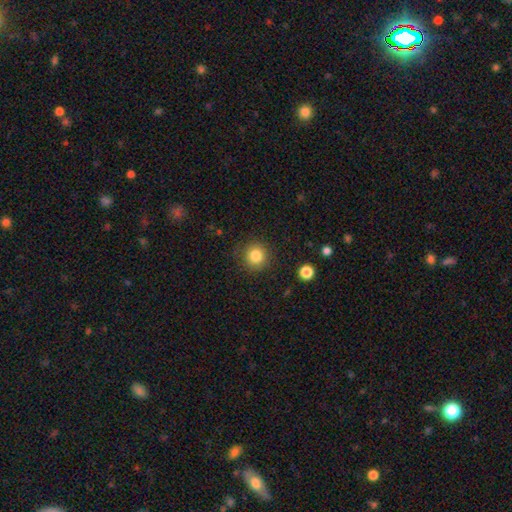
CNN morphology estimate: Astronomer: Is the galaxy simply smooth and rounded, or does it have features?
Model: smooth — 83%.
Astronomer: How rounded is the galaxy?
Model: round — 93%.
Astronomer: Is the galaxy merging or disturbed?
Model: none — 87%.